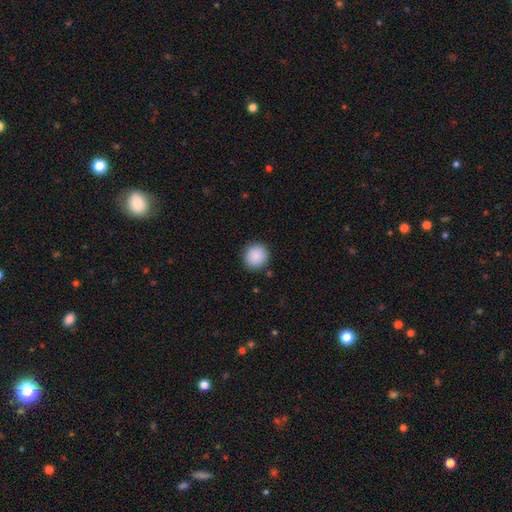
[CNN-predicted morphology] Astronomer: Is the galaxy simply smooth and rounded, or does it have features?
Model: smooth — 90%.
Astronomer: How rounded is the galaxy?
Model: round — 94%.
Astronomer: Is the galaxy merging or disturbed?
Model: none — 90%.